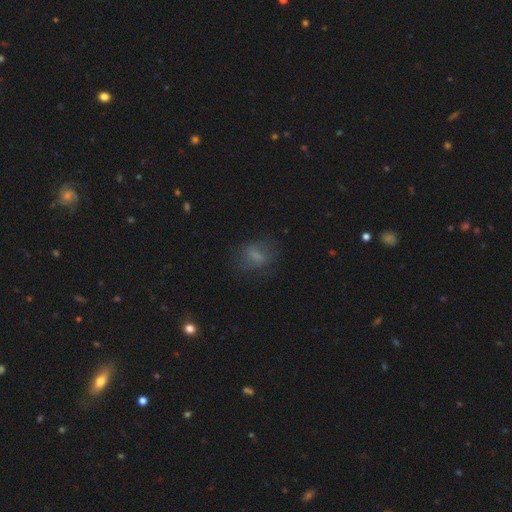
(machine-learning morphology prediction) The model was most divided on "how rounded": in between: 64%, round: 29%, cigar-shaped: 7%. More confident: merging — none (64%); smooth or featured — smooth (62%).